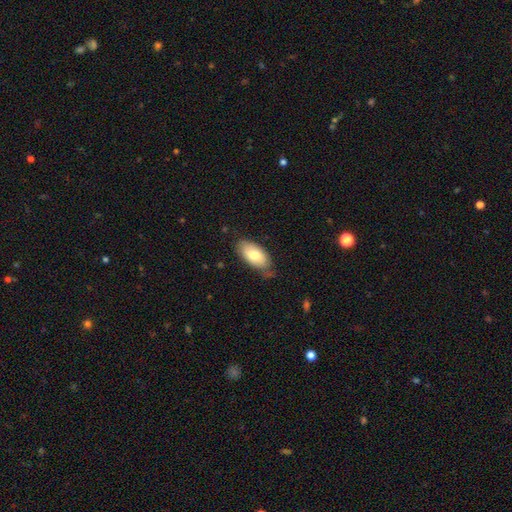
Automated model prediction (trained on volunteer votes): This is likely a smooth galaxy (76%). How rounded: clearly in between (93%). Merging: likely none (68%).